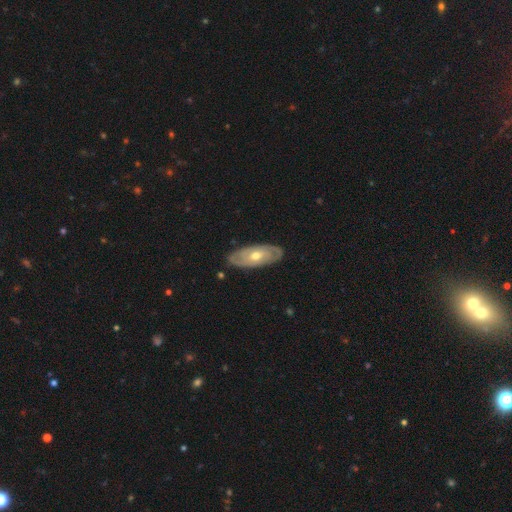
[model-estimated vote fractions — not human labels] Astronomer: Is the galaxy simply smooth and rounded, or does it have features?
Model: featured or disk — 71%.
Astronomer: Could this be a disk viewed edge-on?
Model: no — 85%.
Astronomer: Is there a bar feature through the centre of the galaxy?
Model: no — 72%.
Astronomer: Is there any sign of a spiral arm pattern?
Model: yes — 72%.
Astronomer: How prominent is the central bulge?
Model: moderate — 72%.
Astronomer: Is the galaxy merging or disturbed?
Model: none — 84%.